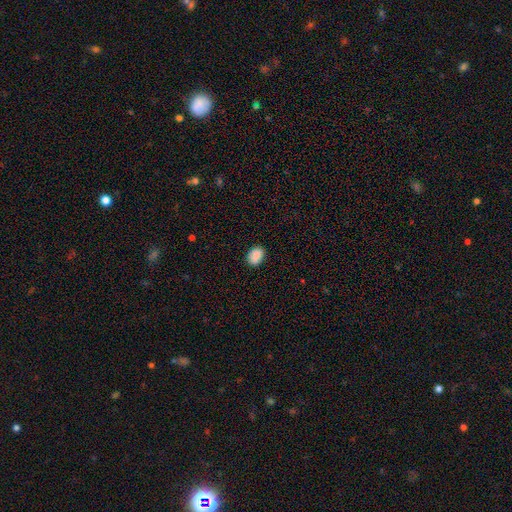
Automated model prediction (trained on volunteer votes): Morphology: type=smooth (87%); roundness=in between (70%); merging=none (87%).